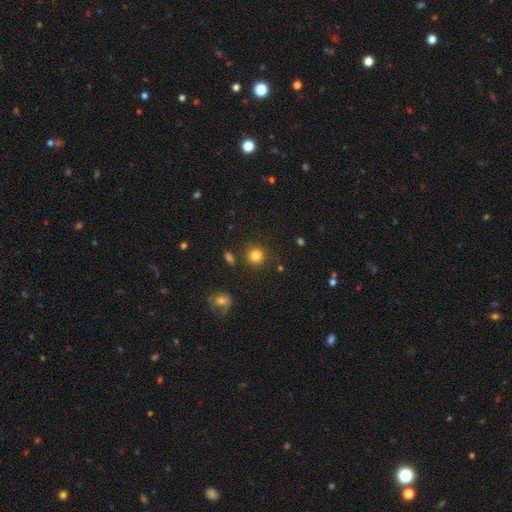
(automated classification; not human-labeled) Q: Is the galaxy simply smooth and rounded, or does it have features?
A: smooth — 82%.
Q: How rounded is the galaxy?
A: round — 91%.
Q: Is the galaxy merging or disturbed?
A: none — 86%.